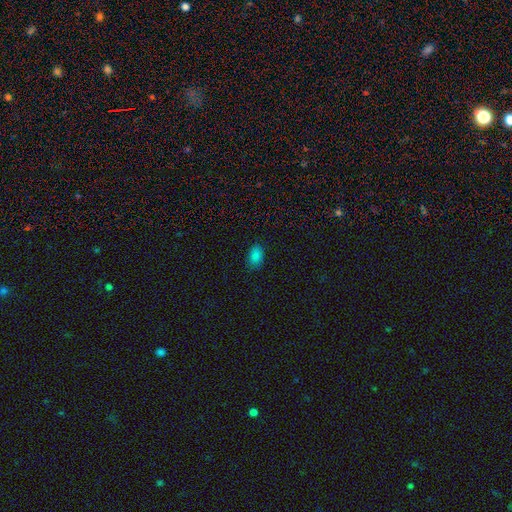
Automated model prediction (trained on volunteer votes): Smooth or featured? smooth (84%)
How rounded? in between (87%)
Merging? none (83%)